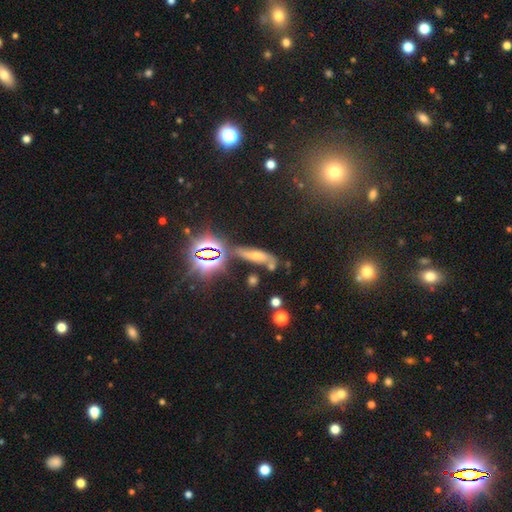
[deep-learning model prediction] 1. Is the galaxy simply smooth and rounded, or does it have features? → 49% smooth, 27% star or artifact, 24% featured or disk.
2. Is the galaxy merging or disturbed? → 57% none, 18% minor disturbance, 15% merger, 9% major disturbance.